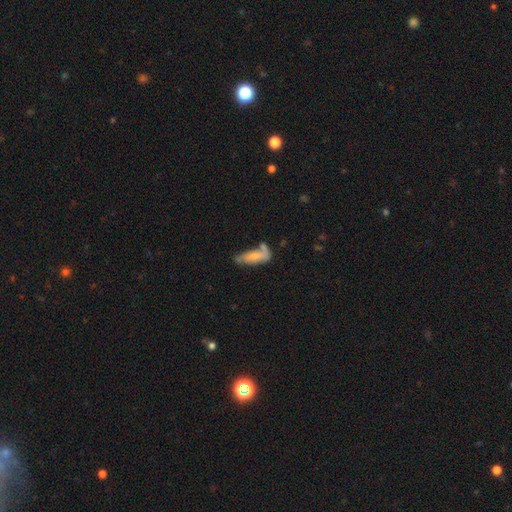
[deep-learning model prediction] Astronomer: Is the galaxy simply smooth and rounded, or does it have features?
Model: smooth — 61%.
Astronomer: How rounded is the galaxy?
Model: in between — 62%.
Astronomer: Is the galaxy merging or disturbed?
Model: none — 37% (runner-up: minor disturbance, 26%).